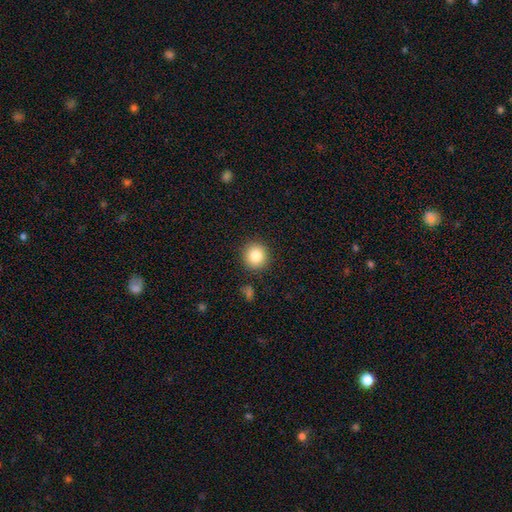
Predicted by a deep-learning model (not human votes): This is clearly a smooth galaxy (84%). How rounded: clearly round (92%). Merging: clearly none (89%).